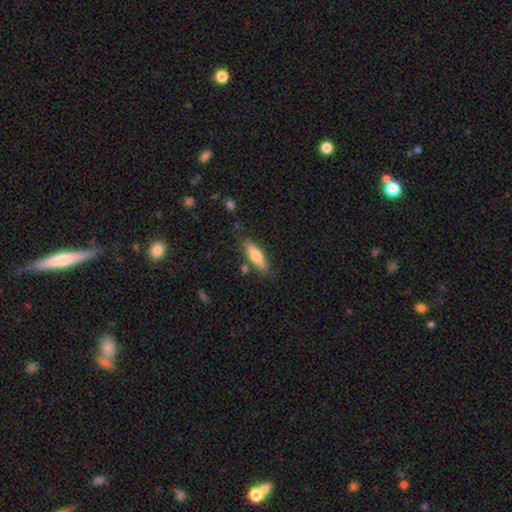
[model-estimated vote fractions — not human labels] Smooth or featured?
  - smooth: 69% *
  - featured or disk: 25%
  - star or artifact: 6%
How rounded?
  - cigar-shaped: 53% *
  - in between: 45%
  - round: 2%
Merging?
  - none: 78% *
  - minor disturbance: 13%
  - merger: 5%
  - major disturbance: 3%